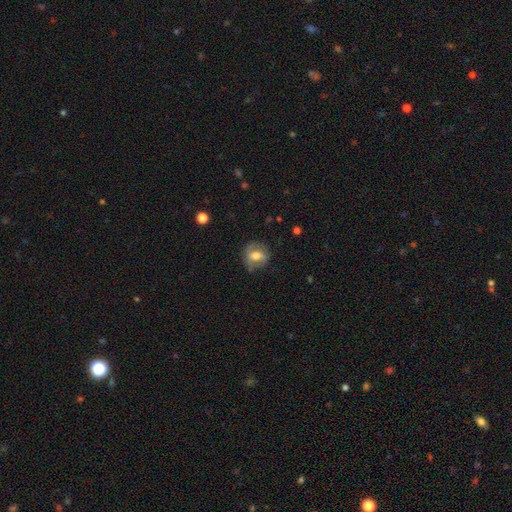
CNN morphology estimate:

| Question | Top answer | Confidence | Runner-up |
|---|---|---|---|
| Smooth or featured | smooth | 57% | featured or disk (35%) |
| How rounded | round | 63% | in between (36%) |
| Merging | none | 66% | minor disturbance (23%) |